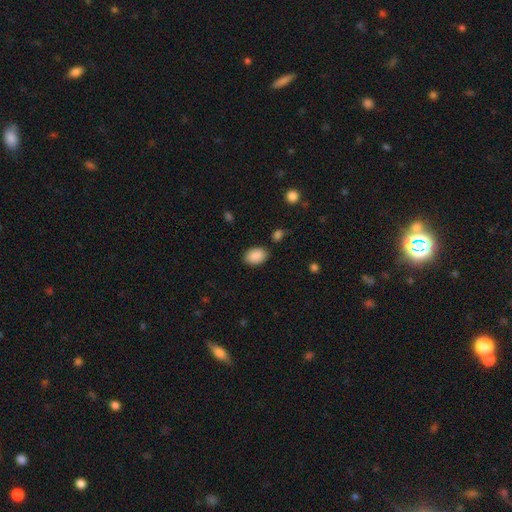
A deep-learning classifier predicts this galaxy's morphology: Smooth or featured?
  - smooth: 89% *
  - star or artifact: 7%
  - featured or disk: 4%
How rounded?
  - in between: 83% *
  - round: 16%
  - cigar-shaped: 1%
Merging?
  - none: 84% *
  - minor disturbance: 11%
  - major disturbance: 3%
  - merger: 2%